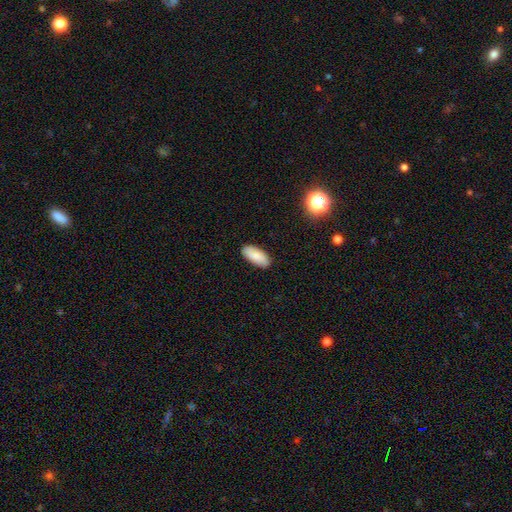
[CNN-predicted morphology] A smooth galaxy with no disk features (86%) that is in between round and cigar-shaped (88%).

Vote fractions:
- Smooth or featured? smooth: 86% / featured or disk: 8% / star or artifact: 7%
- How rounded? in between: 88% / cigar-shaped: 10% / round: 2%
- Merging? none: 87% / minor disturbance: 10% / major disturbance: 2% / merger: 1%